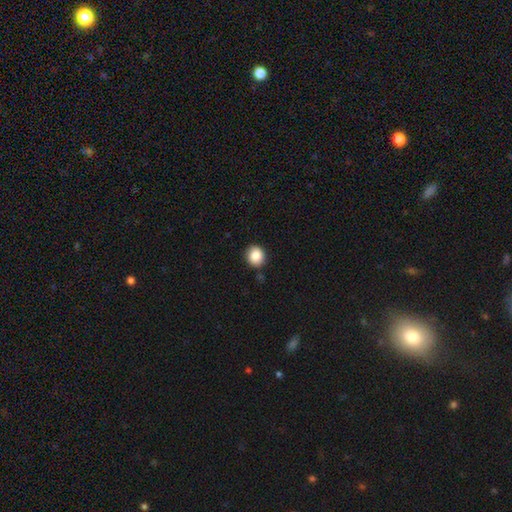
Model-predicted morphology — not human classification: Q: Smooth or featured?
A: smooth (86%); runner-up: star or artifact (9%)
Q: How rounded?
A: round (82%); runner-up: in between (17%)
Q: Merging?
A: none (87%); runner-up: minor disturbance (9%)